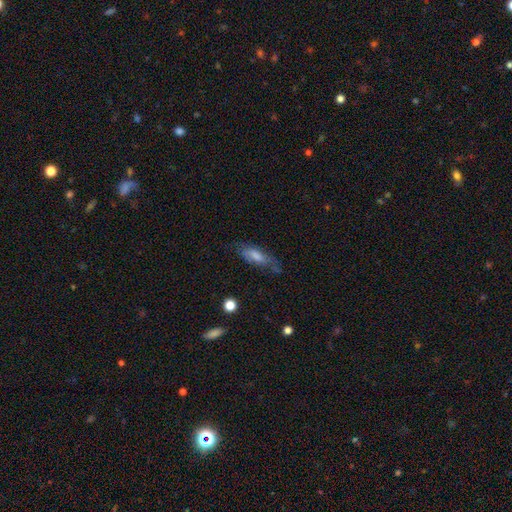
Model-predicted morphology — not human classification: Smooth or featured: smooth — 63% (featured or disk — 30%)
How rounded: in between — 61% (cigar-shaped — 36%)
Merging: none — 56% (minor disturbance — 29%)